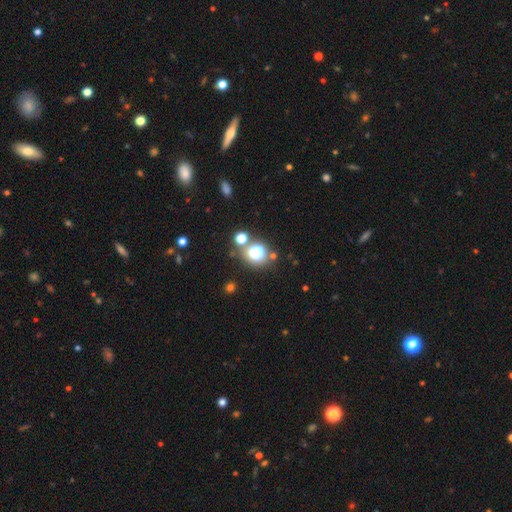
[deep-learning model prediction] smooth 54%, star or artifact 37%, featured or disk 9%. Down the decision tree: how rounded — round (80%); merging — none (68%).